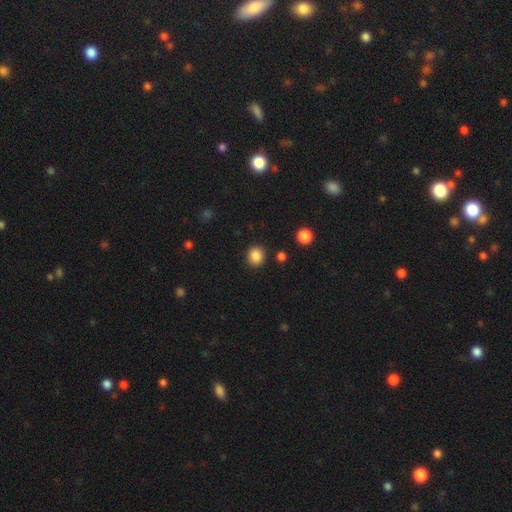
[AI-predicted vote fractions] Overall: smooth (86%). How rounded: round (83%). Merging: none (88%).